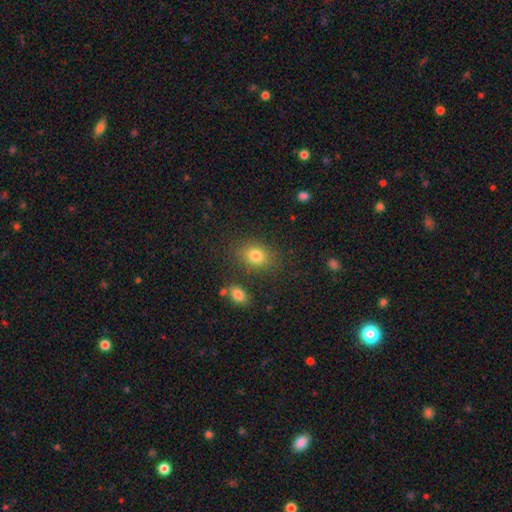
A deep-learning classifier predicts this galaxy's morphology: Q: Smooth or featured?
A: smooth (80%); runner-up: star or artifact (12%)
Q: How rounded?
A: in between (59%); runner-up: round (40%)
Q: Merging?
A: none (81%); runner-up: minor disturbance (11%)